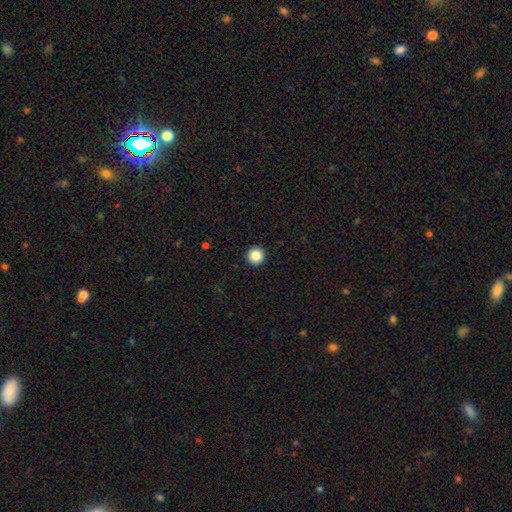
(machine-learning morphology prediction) A smooth galaxy with no disk features (86%) that is round (97%). Merging: none (94%).